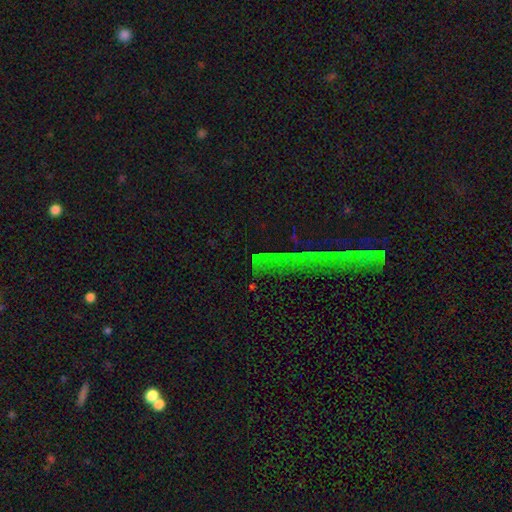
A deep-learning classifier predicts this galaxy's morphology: Smooth or featured? star or artifact (73%)